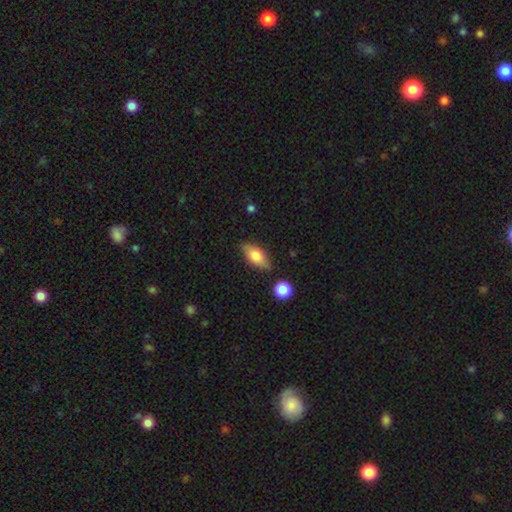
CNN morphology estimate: smooth-or-featured: smooth: 69% | featured or disk: 24% | star or artifact: 7%
  how-rounded: in between: 82% | cigar-shaped: 14% | round: 5%
  merging: none: 79% | minor disturbance: 14% | merger: 3% | major disturbance: 3%